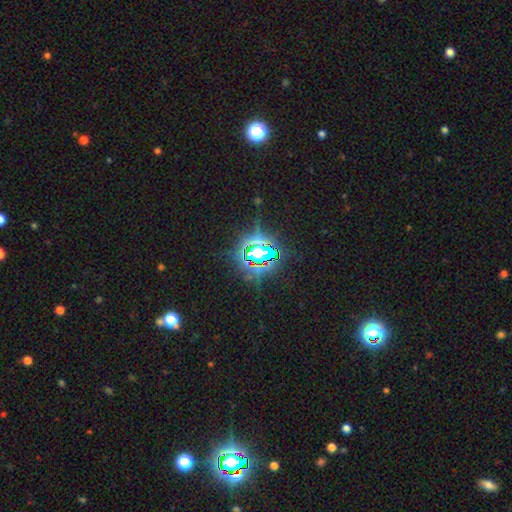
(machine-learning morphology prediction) A star or artifact, not a galaxy (77%).

Vote fractions:
- Smooth or featured? star or artifact: 77% / smooth: 13% / featured or disk: 11%